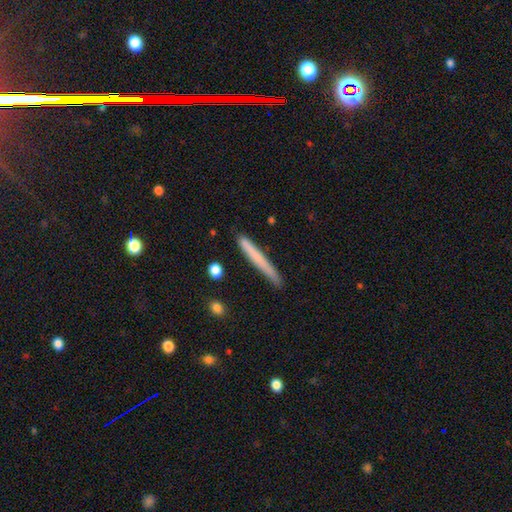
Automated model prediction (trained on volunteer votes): smooth-or-featured: smooth: 67% | featured or disk: 26% | star or artifact: 7%
  how-rounded: cigar-shaped: 97% | in between: 2% | round: 1%
  merging: none: 84% | minor disturbance: 12% | major disturbance: 2% | merger: 2%